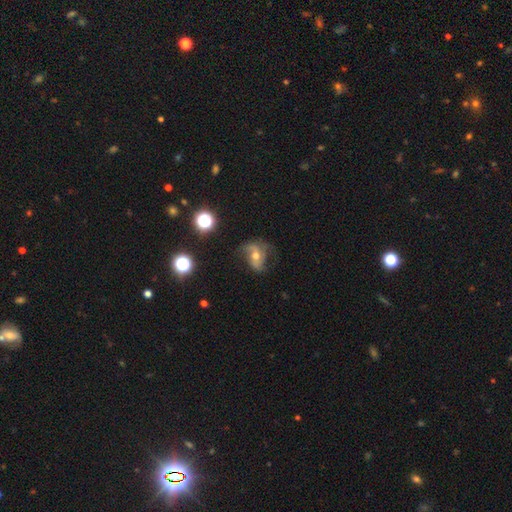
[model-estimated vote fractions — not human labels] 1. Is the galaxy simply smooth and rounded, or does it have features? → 72% featured or disk, 17% smooth, 11% star or artifact.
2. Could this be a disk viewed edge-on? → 96% no, 4% yes.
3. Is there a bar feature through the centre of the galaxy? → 53% no, 31% weak, 16% strong.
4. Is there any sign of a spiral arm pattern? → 90% yes, 10% no.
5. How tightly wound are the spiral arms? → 66% loose, 27% medium, 8% tight.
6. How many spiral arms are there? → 78% 2, 7% 1, 7% can't tell, 5% 3, 2% 4, 1% more than 4.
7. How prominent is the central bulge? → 63% moderate, 31% small, 4% large, 2% none, 1% dominant.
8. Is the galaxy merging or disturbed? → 53% none, 25% minor disturbance, 20% major disturbance, 2% merger.